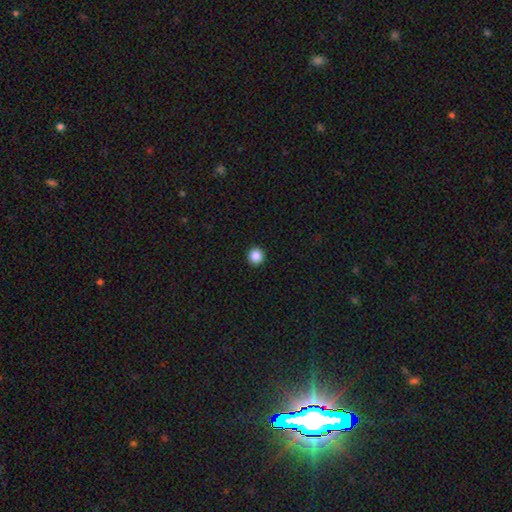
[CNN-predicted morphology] smooth_or_featured: smooth (p=0.87) [alt: star or artifact p=0.10]
how_rounded: round (p=0.95) [alt: in between p=0.04]
merging: none (p=0.94) [alt: minor disturbance p=0.04]